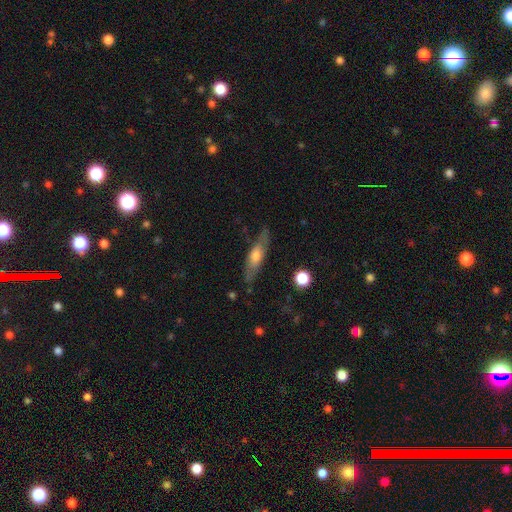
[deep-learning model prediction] The model was most divided on "smooth or featured": smooth: 48%, featured or disk: 45%, star or artifact: 6%. More confident: merging — none (75%).